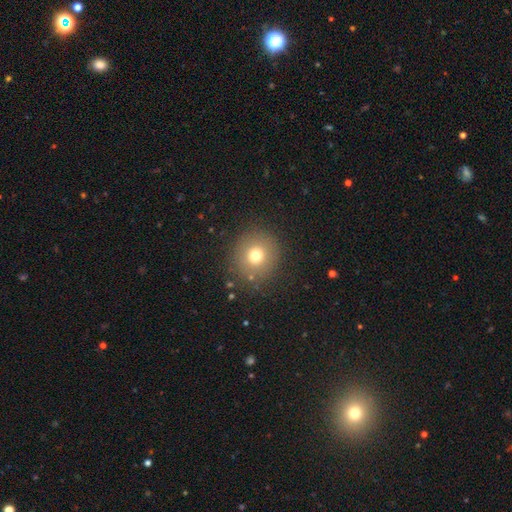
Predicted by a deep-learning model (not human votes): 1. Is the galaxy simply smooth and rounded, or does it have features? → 73% smooth, 14% star or artifact, 13% featured or disk.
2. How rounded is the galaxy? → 90% round, 9% in between, 1% cigar-shaped.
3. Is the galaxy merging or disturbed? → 86% none, 8% minor disturbance, 4% major disturbance, 2% merger.